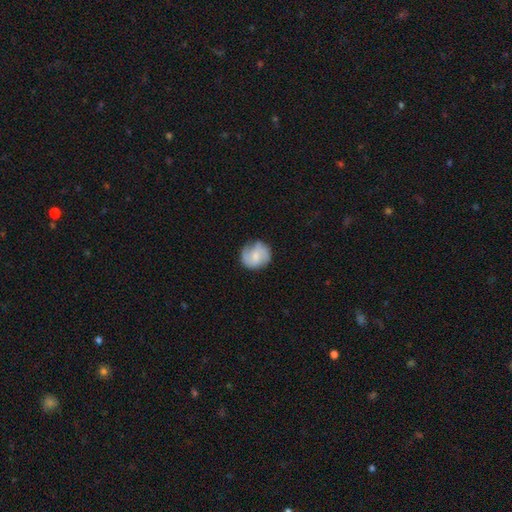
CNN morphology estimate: A featured or disk galaxy (51%). Merging: none (72%).